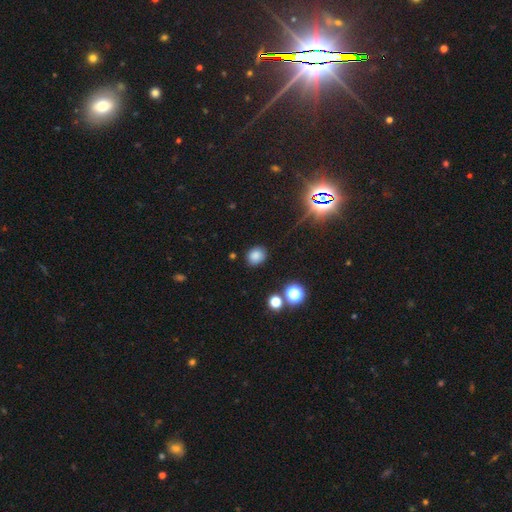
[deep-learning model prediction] Smooth or featured?
  - smooth: 81% *
  - star or artifact: 14%
  - featured or disk: 5%
How rounded?
  - round: 67% *
  - in between: 32%
  - cigar-shaped: 1%
Merging?
  - none: 85% *
  - minor disturbance: 10%
  - major disturbance: 3%
  - merger: 2%